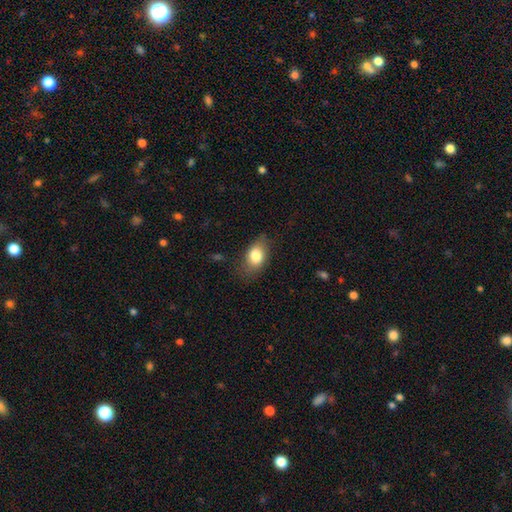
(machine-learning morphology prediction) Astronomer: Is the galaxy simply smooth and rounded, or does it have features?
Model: smooth — 80%.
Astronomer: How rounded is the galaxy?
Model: in between — 83%.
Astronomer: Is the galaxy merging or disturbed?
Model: none — 69%.